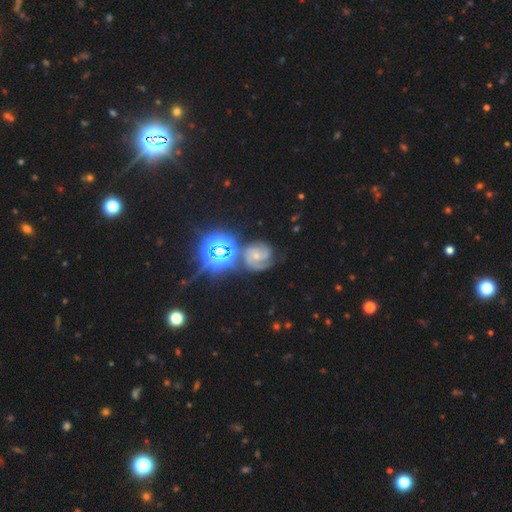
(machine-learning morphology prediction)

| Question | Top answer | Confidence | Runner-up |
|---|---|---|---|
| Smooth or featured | featured or disk | 74% | star or artifact (14%) |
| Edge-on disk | no | 98% | yes (2%) |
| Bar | no | 68% | weak (25%) |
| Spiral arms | yes | 96% | no (4%) |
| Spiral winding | tight | 51% | medium (41%) |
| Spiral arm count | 2 | 36% | 3 (34%) |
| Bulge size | small | 63% | moderate (31%) |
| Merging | none | 56% | minor disturbance (18%) |